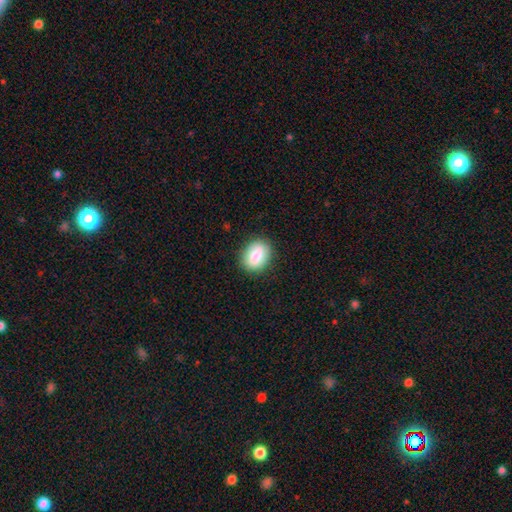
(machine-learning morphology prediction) smooth_or_featured: smooth (p=0.78) [alt: featured or disk p=0.15]
how_rounded: in between (p=0.66) [alt: round p=0.32]
merging: none (p=0.84) [alt: minor disturbance p=0.12]